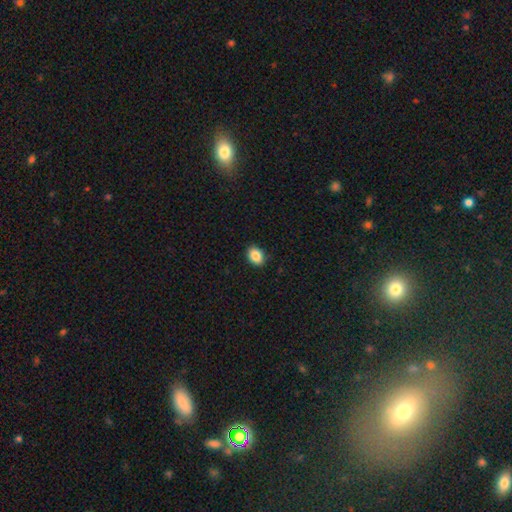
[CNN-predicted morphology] Smooth or featured? smooth (86%)
How rounded? in between (71%)
Merging? none (90%)